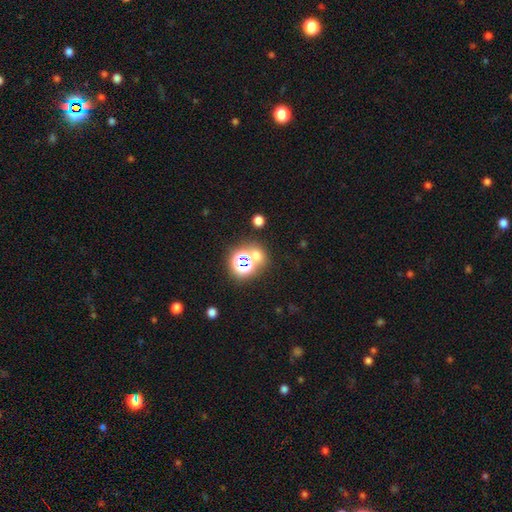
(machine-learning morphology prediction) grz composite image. It shows a star or artifact, not a galaxy (46%).